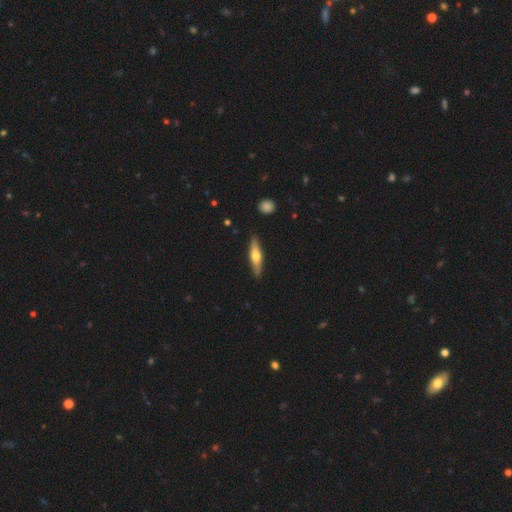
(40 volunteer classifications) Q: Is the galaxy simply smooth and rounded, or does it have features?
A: smooth — 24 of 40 (60%).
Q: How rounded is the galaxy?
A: cigar-shaped — 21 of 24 (88%).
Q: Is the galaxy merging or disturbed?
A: none — 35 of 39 (90%).